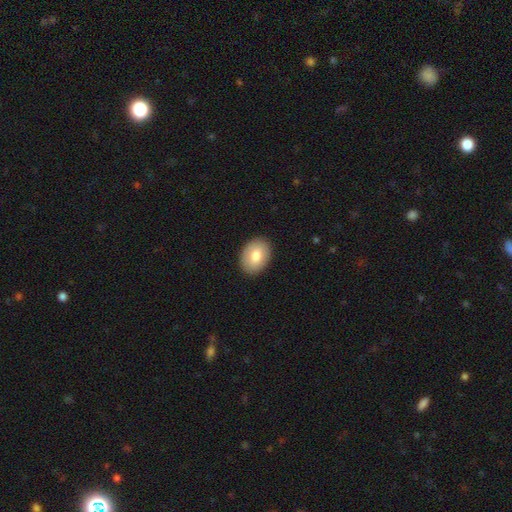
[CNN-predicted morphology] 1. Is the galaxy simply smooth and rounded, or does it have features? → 80% smooth, 14% featured or disk, 7% star or artifact.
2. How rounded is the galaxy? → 78% in between, 21% round, 1% cigar-shaped.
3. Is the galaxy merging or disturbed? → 89% none, 8% minor disturbance, 2% major disturbance, 1% merger.